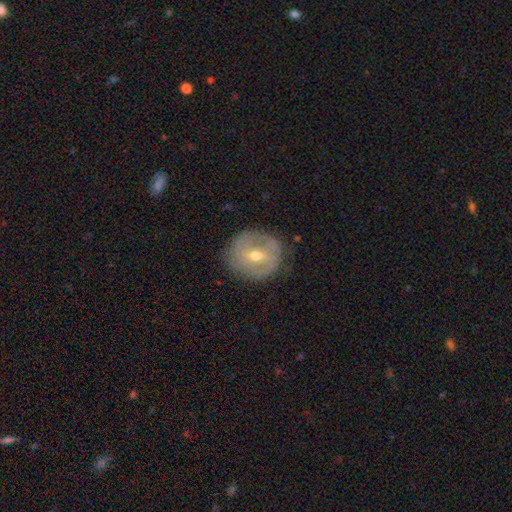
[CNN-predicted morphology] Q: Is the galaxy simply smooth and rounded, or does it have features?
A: featured or disk — 65%.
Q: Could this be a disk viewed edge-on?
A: no — 95%.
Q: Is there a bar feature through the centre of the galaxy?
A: weak — 47%.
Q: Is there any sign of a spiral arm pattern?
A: yes — 64%.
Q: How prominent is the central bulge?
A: moderate — 63%.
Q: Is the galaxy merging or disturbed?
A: none — 74%.